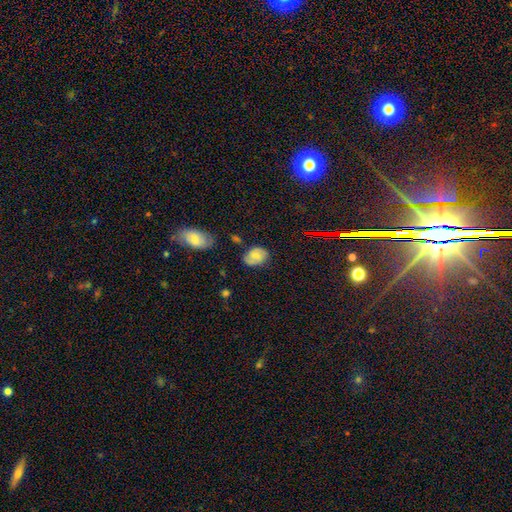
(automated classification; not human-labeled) Smooth or featured? smooth (48%)
Merging? none (71%)